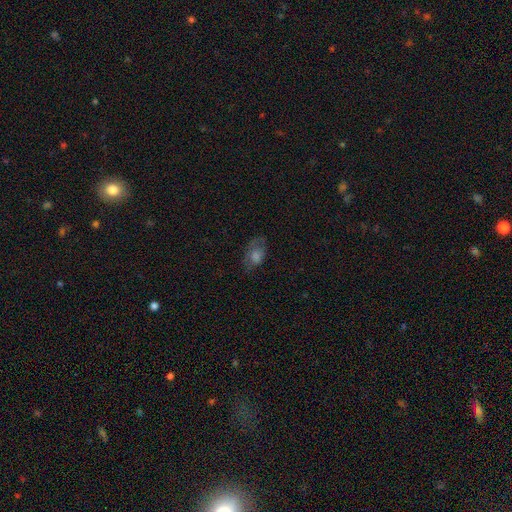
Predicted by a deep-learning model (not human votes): Morphology: type=smooth (57%); roundness=in between (84%); merging=none (60%).